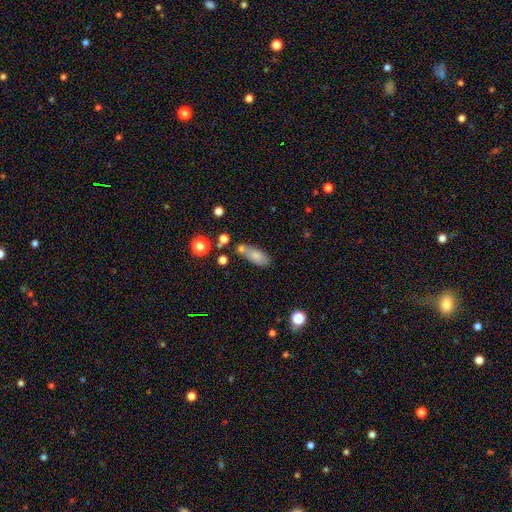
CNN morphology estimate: smooth_or_featured: smooth (p=0.75) [alt: featured or disk p=0.16]
how_rounded: in between (p=0.80) [alt: cigar-shaped p=0.16]
merging: none (p=0.50) [alt: merger p=0.23]